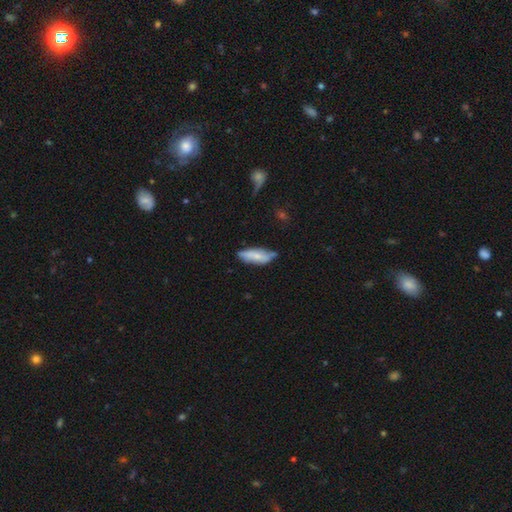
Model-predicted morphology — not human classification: This appears to be a smooth galaxy with no disk features (66%) that is in between round and cigar-shaped (62%). Merging: none (54%).